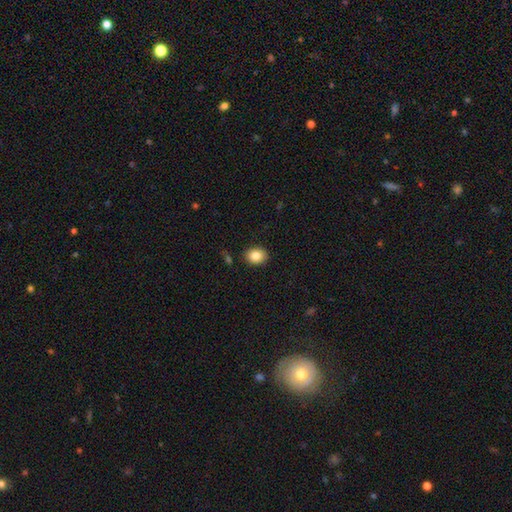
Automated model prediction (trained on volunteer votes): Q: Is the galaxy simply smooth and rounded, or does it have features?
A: smooth — 84%.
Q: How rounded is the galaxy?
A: round — 54%.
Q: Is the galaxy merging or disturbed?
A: none — 89%.